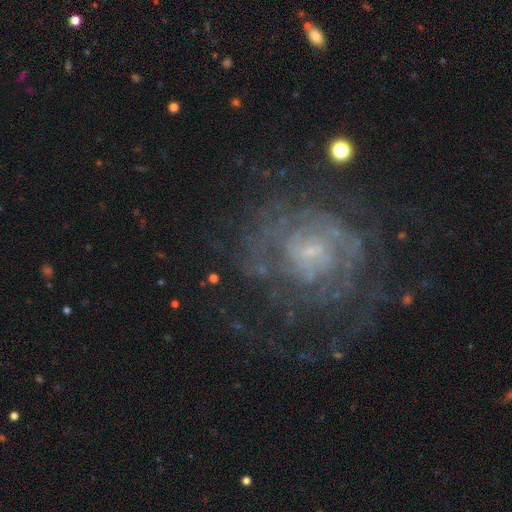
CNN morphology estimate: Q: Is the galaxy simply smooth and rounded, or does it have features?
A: featured or disk — 78%.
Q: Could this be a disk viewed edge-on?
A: no — 98%.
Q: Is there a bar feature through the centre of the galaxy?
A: no — 56%.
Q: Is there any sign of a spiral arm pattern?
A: yes — 82%.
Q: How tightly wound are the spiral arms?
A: tight — 62%.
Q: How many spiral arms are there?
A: can't tell — 53%.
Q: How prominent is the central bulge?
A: small — 69%.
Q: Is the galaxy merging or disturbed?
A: none — 66%.